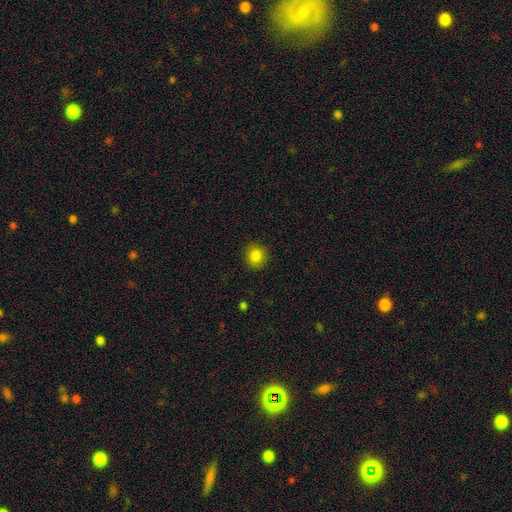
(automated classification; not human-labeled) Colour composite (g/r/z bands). It shows a smooth galaxy with no disk features (84%) that is round (83%). Merging: none (89%).